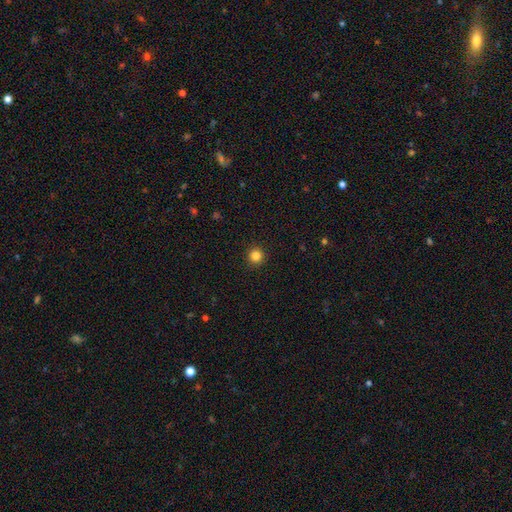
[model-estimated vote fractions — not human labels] Smooth or featured: smooth — 84% (star or artifact — 12%)
How rounded: round — 95% (in between — 4%)
Merging: none — 93% (minor disturbance — 5%)